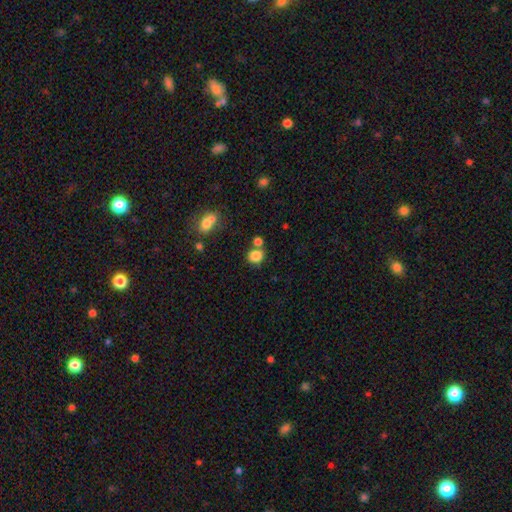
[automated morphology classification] type=smooth (83%); roundness=round (74%); merging=none (62%).